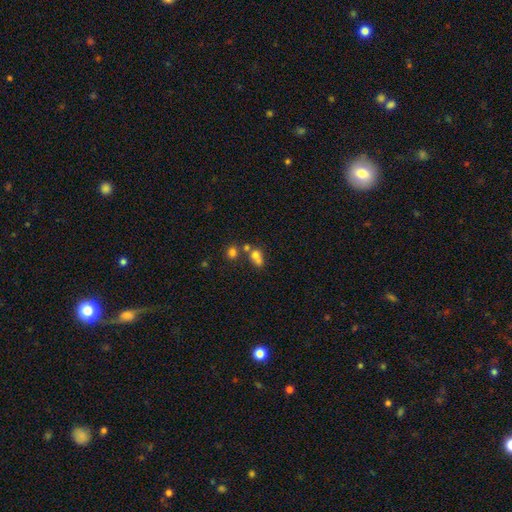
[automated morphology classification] This appears to be a smooth galaxy with no disk features (70%) that is round (54%). Merging: merger (49%).